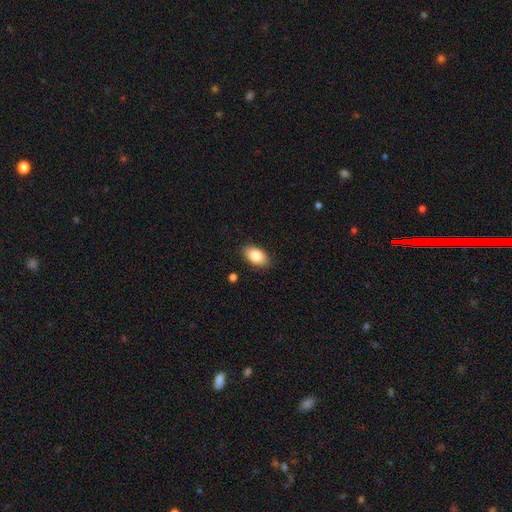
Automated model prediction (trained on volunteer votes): This is clearly a smooth galaxy (85%). How rounded: clearly in between (93%). Merging: clearly none (87%).